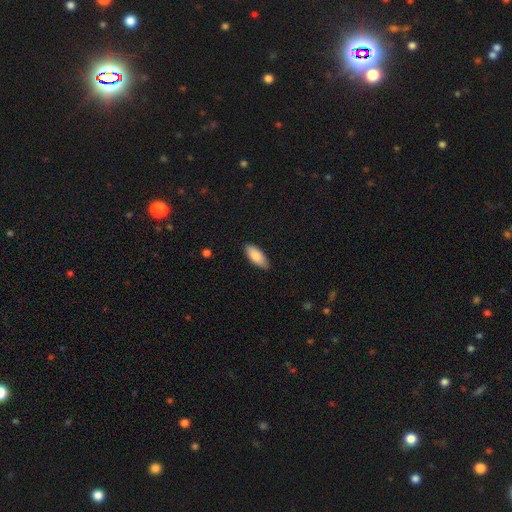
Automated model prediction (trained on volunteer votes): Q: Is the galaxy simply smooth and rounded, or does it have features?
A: smooth — 88%.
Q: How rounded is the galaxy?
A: in between — 82%.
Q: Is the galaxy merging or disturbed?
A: none — 83%.